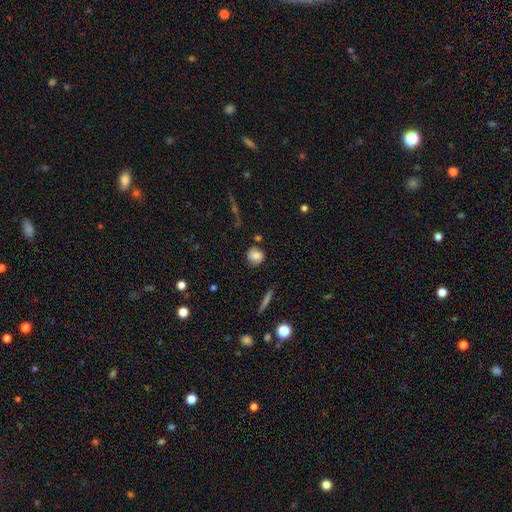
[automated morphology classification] smooth-or-featured: smooth: 80% | featured or disk: 11% | star or artifact: 9%
  how-rounded: round: 83% | in between: 15% | cigar-shaped: 2%
  merging: none: 80% | minor disturbance: 14% | major disturbance: 3% | merger: 3%